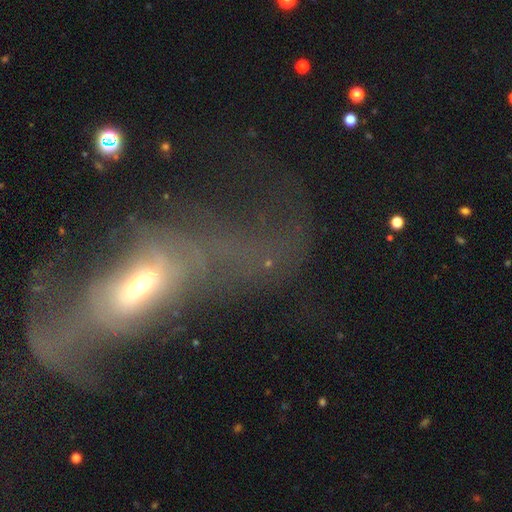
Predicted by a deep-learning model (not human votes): Smooth or featured?
  - featured or disk: 52% *
  - smooth: 30%
  - star or artifact: 18%
Edge-on disk?
  - no: 83% *
  - yes: 17%
Merging?
  - major disturbance: 60% *
  - none: 18%
  - minor disturbance: 11%
  - merger: 11%